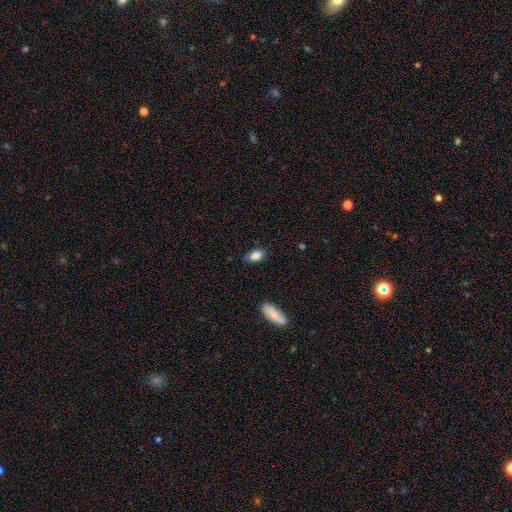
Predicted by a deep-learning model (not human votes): Q: Smooth or featured?
A: smooth (85%); runner-up: star or artifact (8%)
Q: How rounded?
A: in between (88%); runner-up: round (9%)
Q: Merging?
A: none (79%); runner-up: minor disturbance (17%)